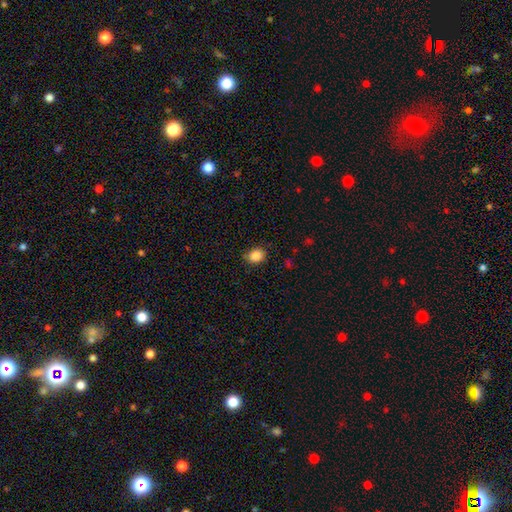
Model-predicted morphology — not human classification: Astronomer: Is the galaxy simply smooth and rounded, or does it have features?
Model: smooth — 87%.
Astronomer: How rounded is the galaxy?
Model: round — 54% (runner-up: in between, 45%).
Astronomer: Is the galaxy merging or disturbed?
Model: none — 82%.